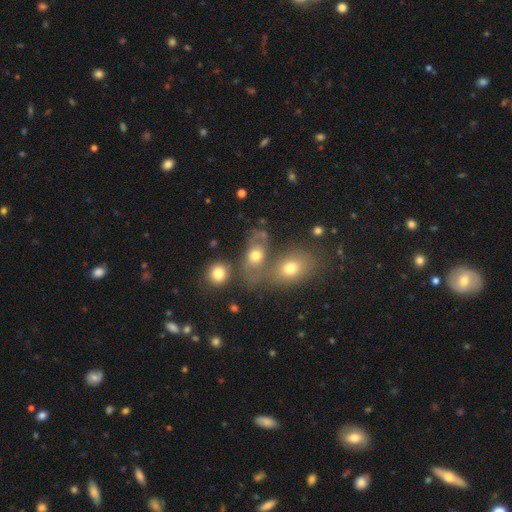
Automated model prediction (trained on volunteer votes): Smooth or featured: smooth — 63% (featured or disk — 23%)
How rounded: in between — 66% (round — 31%)
Merging: merger — 41% (none — 37%)